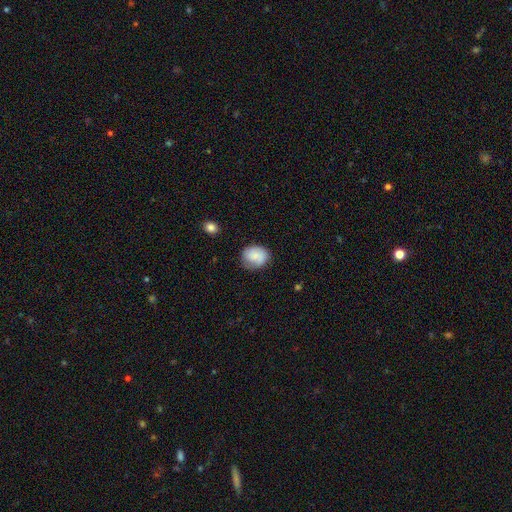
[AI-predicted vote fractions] Overall: smooth (73%). How rounded: round (59%; in between 40%). Merging: none (69%).